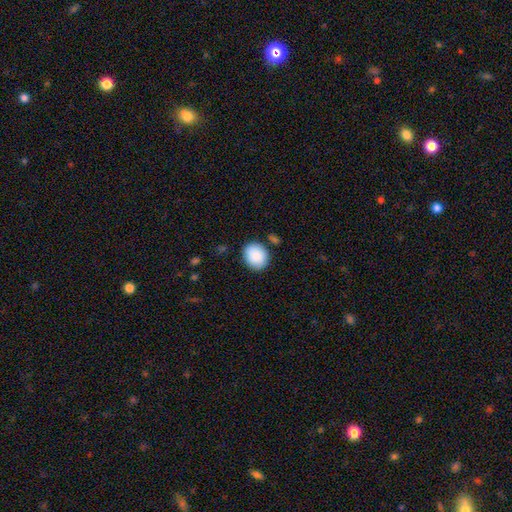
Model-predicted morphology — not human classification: Smooth or featured?
  - smooth: 89% *
  - star or artifact: 7%
  - featured or disk: 5%
How rounded?
  - round: 60% *
  - in between: 39%
  - cigar-shaped: 1%
Merging?
  - none: 81% *
  - minor disturbance: 12%
  - merger: 4%
  - major disturbance: 3%